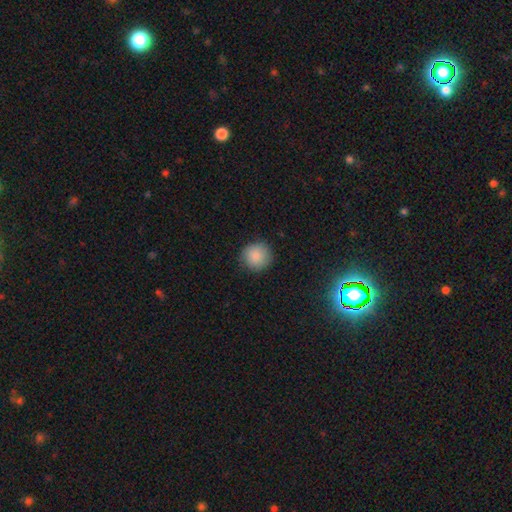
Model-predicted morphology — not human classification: This appears to be a smooth galaxy with no disk features (87%) that is round (92%). Merging: none (87%).